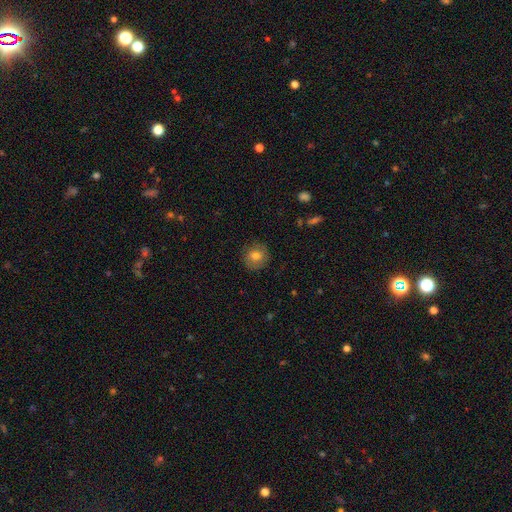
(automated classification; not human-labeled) Morphology: type=smooth (71%); roundness=round (89%); merging=none (85%).